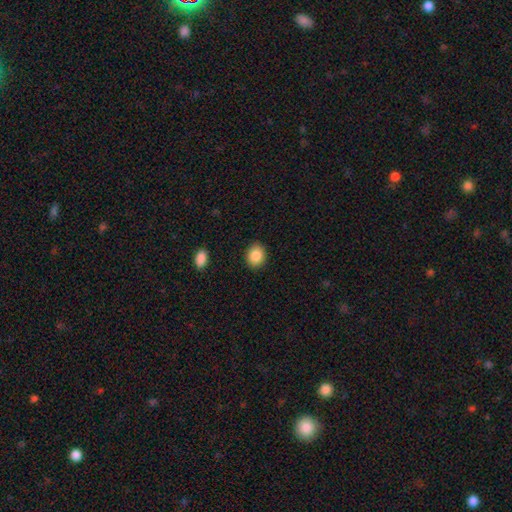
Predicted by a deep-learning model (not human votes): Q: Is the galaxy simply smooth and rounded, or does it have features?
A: smooth — 86%.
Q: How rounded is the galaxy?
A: round — 52%.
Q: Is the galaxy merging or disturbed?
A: none — 89%.